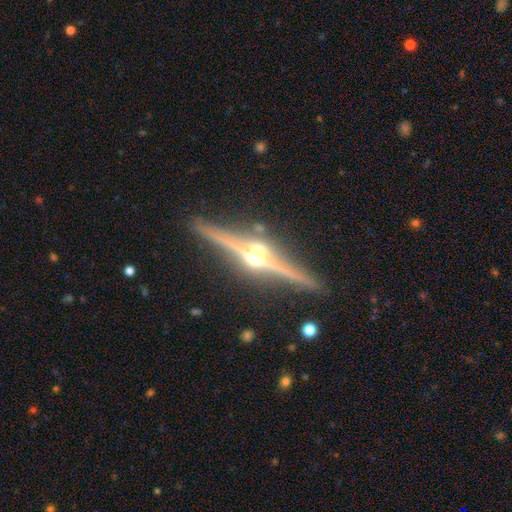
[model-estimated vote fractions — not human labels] smooth_or_featured: featured or disk (p=0.90) [alt: star or artifact p=0.06]
disk_edge_on: yes (p=0.98) [alt: no p=0.02]
edge_on_bulge: rounded (p=0.96) [alt: boxy p=0.03]
merging: none (p=0.89) [alt: minor disturbance p=0.07]